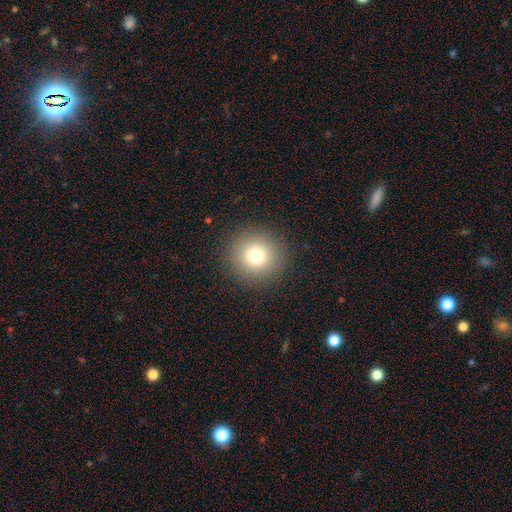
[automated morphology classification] This is likely a smooth galaxy (78%). How rounded: clearly round (94%). Merging: clearly none (91%).